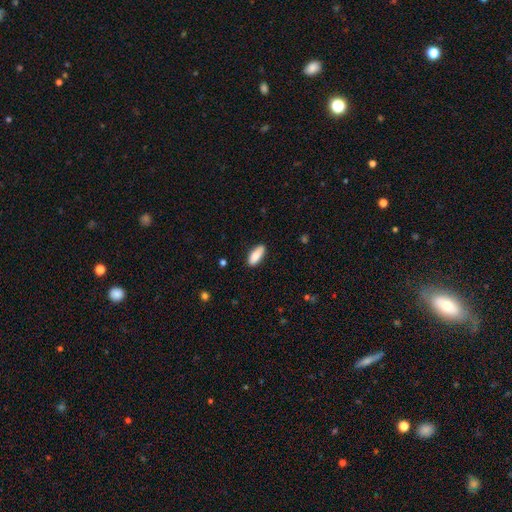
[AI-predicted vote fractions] smooth-or-featured: smooth: 84% | featured or disk: 9% | star or artifact: 6%
  how-rounded: in between: 78% | cigar-shaped: 20% | round: 2%
  merging: none: 84% | minor disturbance: 13% | major disturbance: 2% | merger: 1%